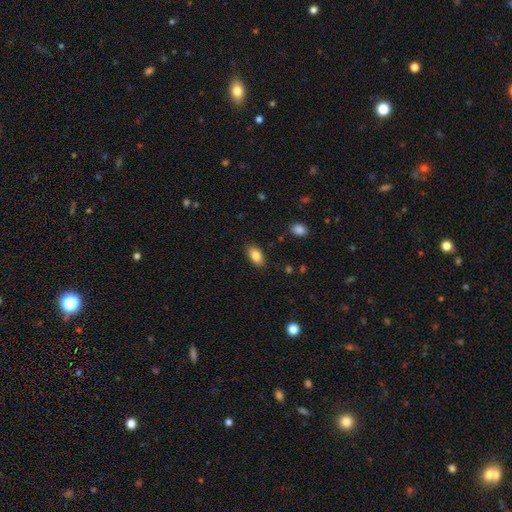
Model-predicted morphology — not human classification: This is clearly a smooth galaxy (84%). How rounded: clearly in between (91%). Merging: clearly none (86%).